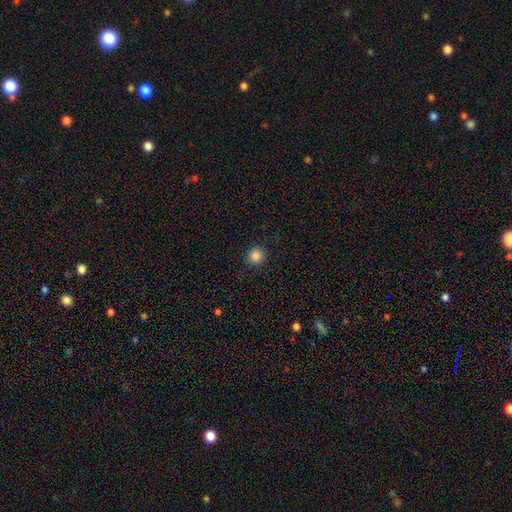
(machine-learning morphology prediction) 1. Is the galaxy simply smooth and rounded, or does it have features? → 86% smooth, 11% star or artifact, 4% featured or disk.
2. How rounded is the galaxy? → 92% round, 7% in between, 1% cigar-shaped.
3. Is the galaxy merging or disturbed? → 91% none, 6% minor disturbance, 2% major disturbance, 1% merger.